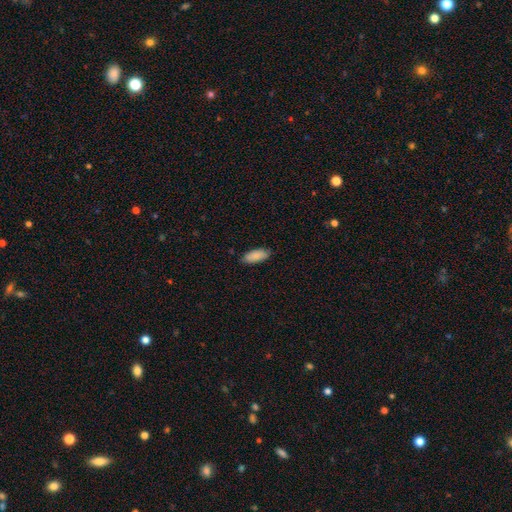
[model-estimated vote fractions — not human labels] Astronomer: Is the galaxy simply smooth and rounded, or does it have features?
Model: smooth — 89%.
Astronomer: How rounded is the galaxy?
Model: in between — 84%.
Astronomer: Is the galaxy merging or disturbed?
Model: none — 86%.